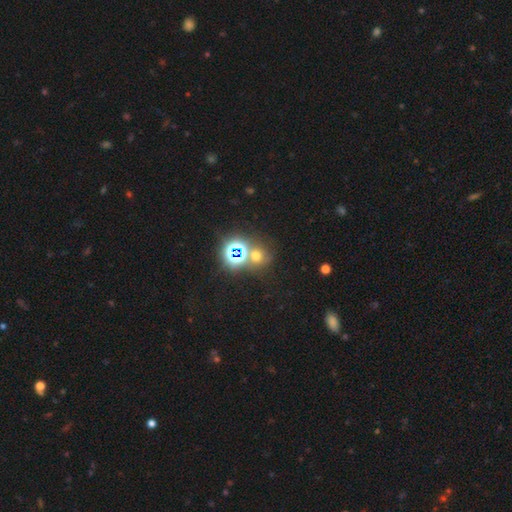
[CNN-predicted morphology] Overall: star or artifact (46%; smooth 45%).